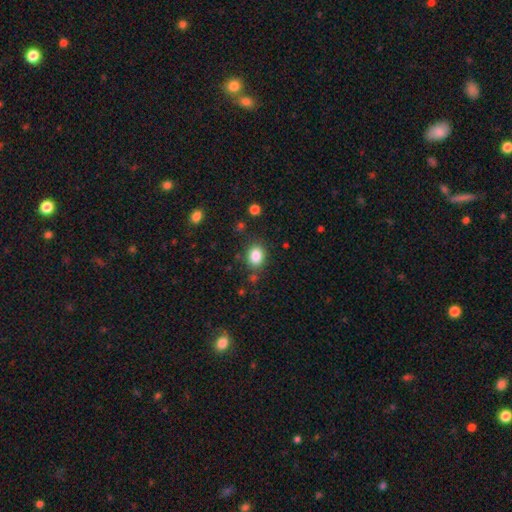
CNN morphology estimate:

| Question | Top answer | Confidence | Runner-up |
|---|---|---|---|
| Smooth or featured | smooth | 85% | star or artifact (10%) |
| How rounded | round | 50% | in between (49%) |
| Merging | none | 81% | minor disturbance (12%) |